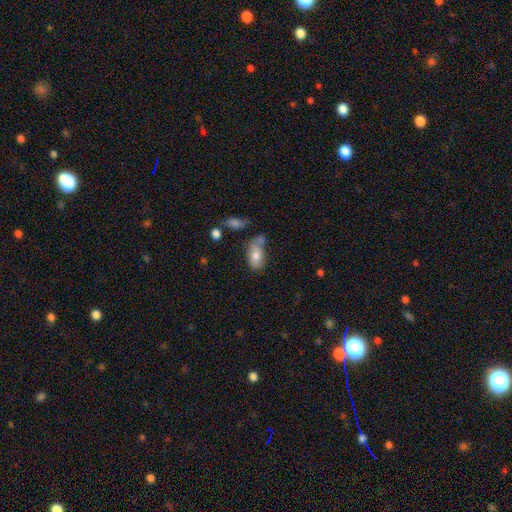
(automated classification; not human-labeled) Smooth or featured? smooth (77%)
How rounded? in between (91%)
Merging? none (47%)